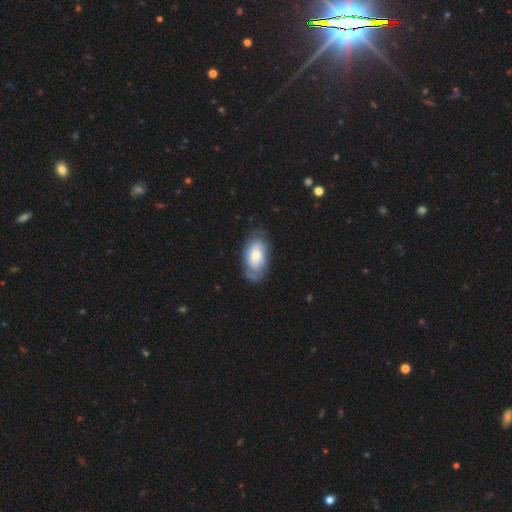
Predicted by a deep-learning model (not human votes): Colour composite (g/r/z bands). It shows a featured or disk galaxy (50%). Merging: none (68%).